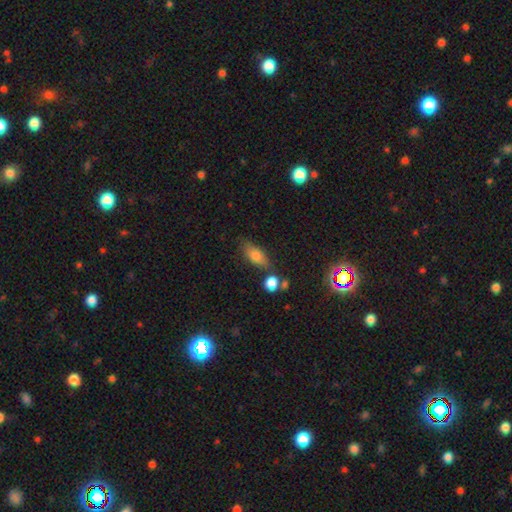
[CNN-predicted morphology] Q: Smooth or featured?
A: smooth (75%); runner-up: featured or disk (16%)
Q: How rounded?
A: in between (76%); runner-up: cigar-shaped (18%)
Q: Merging?
A: none (66%); runner-up: minor disturbance (19%)